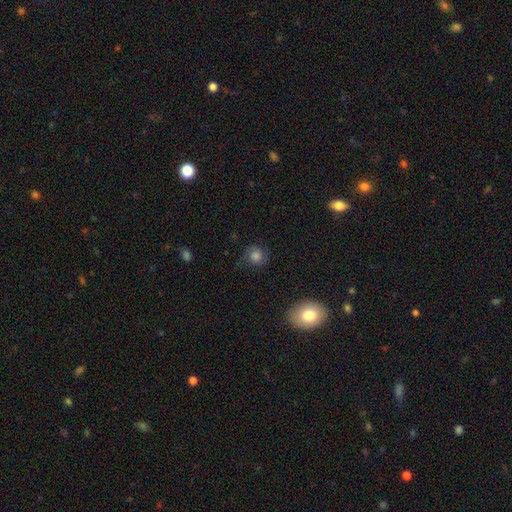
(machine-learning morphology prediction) The model was most divided on "smooth or featured": smooth: 66%, featured or disk: 21%, star or artifact: 13%. More confident: how rounded — round (82%); merging — none (69%).